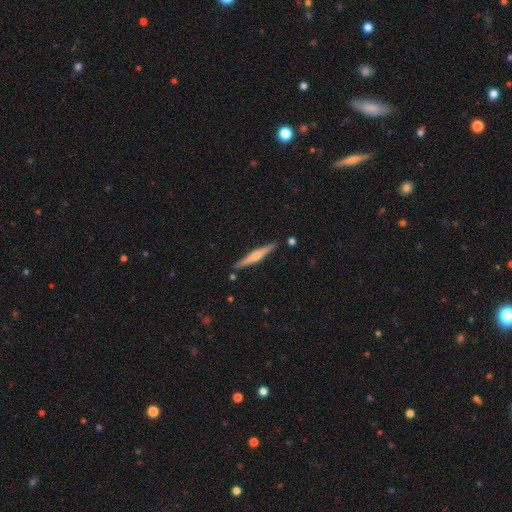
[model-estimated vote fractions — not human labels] Smooth or featured?
  - featured or disk: 63% *
  - smooth: 32%
  - star or artifact: 5%
Edge-on disk?
  - yes: 98% *
  - no: 2%
Edge-on bulge?
  - rounded: 84% *
  - none: 10%
  - boxy: 7%
Merging?
  - none: 88% *
  - minor disturbance: 8%
  - merger: 2%
  - major disturbance: 1%